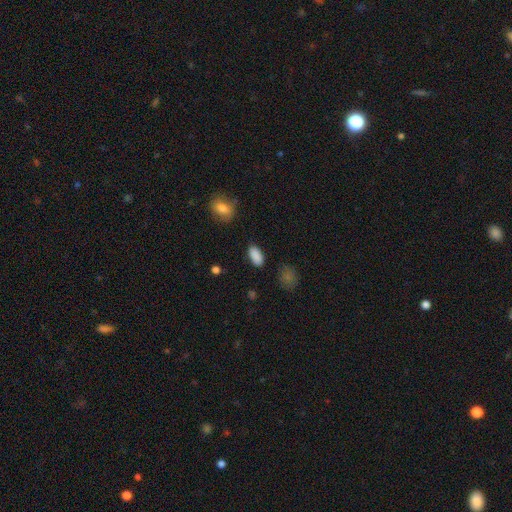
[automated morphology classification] A smooth galaxy with no disk features (89%) that is in between round and cigar-shaped (94%).

Vote fractions:
- Smooth or featured? smooth: 89% / star or artifact: 8% / featured or disk: 3%
- How rounded? in between: 94% / cigar-shaped: 4% / round: 3%
- Merging? none: 87% / minor disturbance: 9% / major disturbance: 3% / merger: 2%